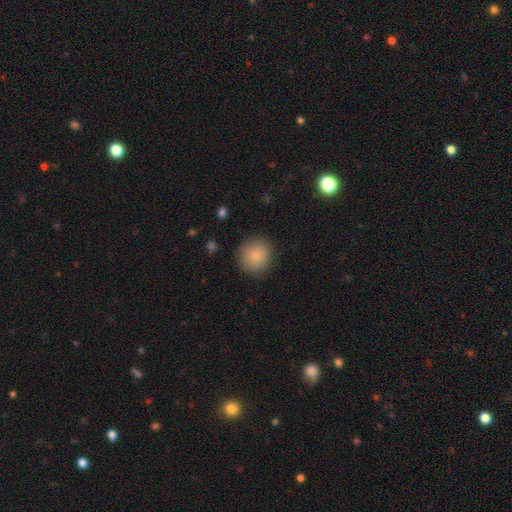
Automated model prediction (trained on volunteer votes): The model was most divided on "merging": none: 85%, minor disturbance: 11%, major disturbance: 3%, merger: 1%. More confident: how rounded — round (89%); smooth or featured — smooth (86%).